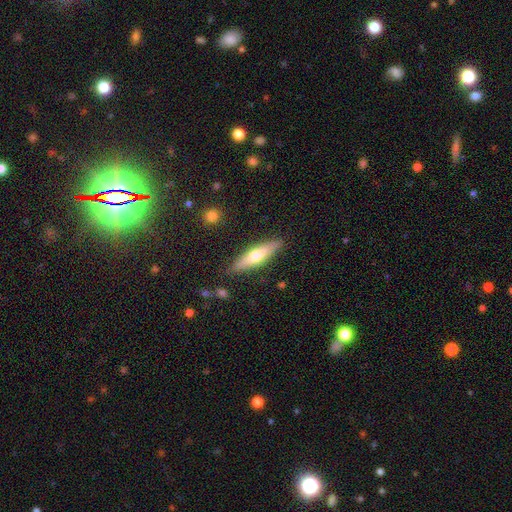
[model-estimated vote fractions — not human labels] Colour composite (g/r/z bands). It shows a smooth galaxy with no disk features (49%). Merging: none (87%).